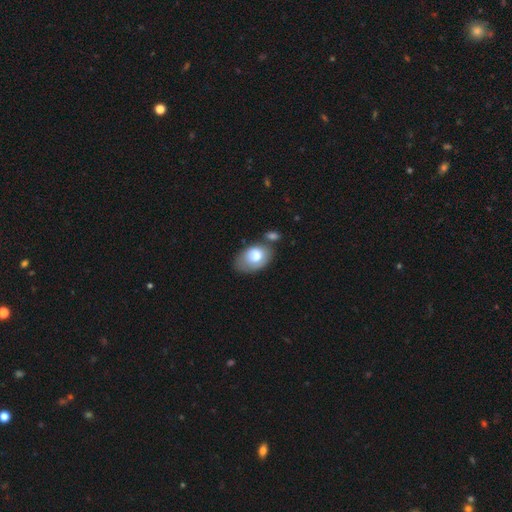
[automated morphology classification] type=smooth (73%); roundness=in between (89%); merging=none (41%).